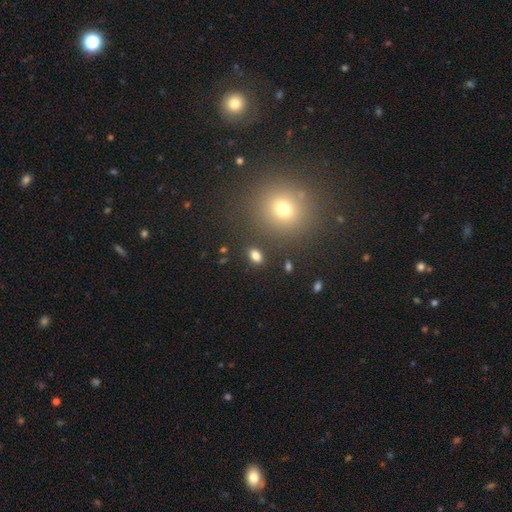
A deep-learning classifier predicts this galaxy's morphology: Smooth or featured: smooth — 80% (star or artifact — 13%)
How rounded: in between — 77% (round — 21%)
Merging: none — 84% (minor disturbance — 9%)